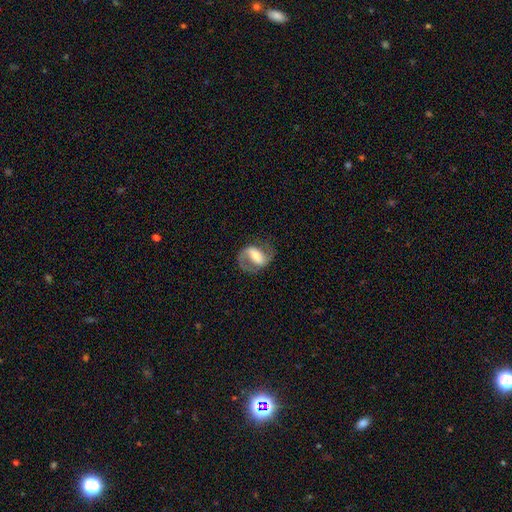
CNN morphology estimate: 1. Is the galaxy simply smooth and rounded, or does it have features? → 77% featured or disk, 17% smooth, 6% star or artifact.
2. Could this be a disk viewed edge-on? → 97% no, 3% yes.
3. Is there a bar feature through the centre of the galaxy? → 45% strong, 36% weak, 19% no.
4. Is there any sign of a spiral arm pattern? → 91% yes, 9% no.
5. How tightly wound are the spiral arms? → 50% medium, 31% loose, 19% tight.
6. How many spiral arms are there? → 76% 2, 17% 1, 4% can't tell, 1% 3, 1% 4, 1% more than 4.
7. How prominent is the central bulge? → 53% moderate, 25% small, 16% large, 4% none, 2% dominant.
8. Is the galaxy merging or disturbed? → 67% none, 17% minor disturbance, 14% major disturbance, 2% merger.